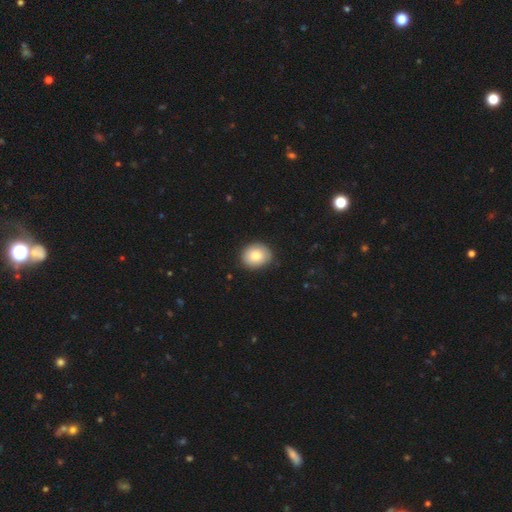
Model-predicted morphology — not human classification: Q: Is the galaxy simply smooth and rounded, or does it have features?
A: smooth — 84%.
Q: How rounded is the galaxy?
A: round — 62%.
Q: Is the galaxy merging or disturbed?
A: none — 84%.